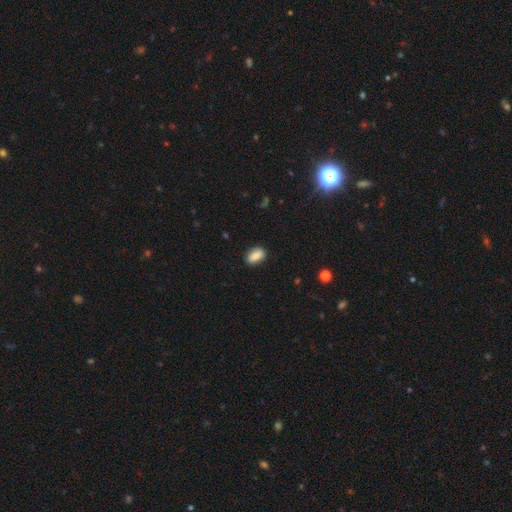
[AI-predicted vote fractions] Smooth or featured: smooth — 84% (featured or disk — 8%)
How rounded: in between — 88% (round — 9%)
Merging: none — 83% (minor disturbance — 13%)